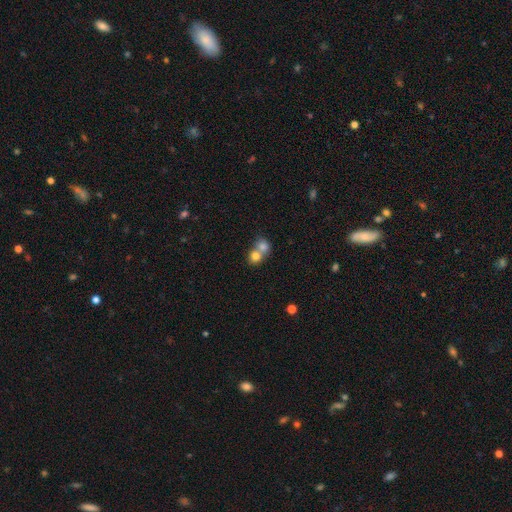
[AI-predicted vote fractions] Morphology: type=smooth (78%); roundness=round (76%); merging=merger (64%).